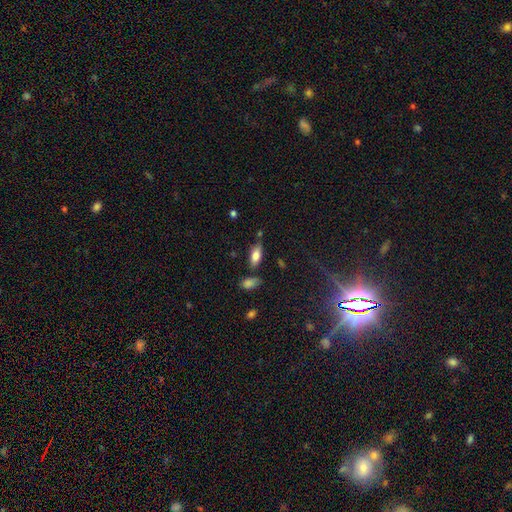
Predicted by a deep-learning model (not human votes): Smooth or featured: smooth — 75% (featured or disk — 17%)
How rounded: in between — 83% (cigar-shaped — 15%)
Merging: none — 70% (minor disturbance — 18%)